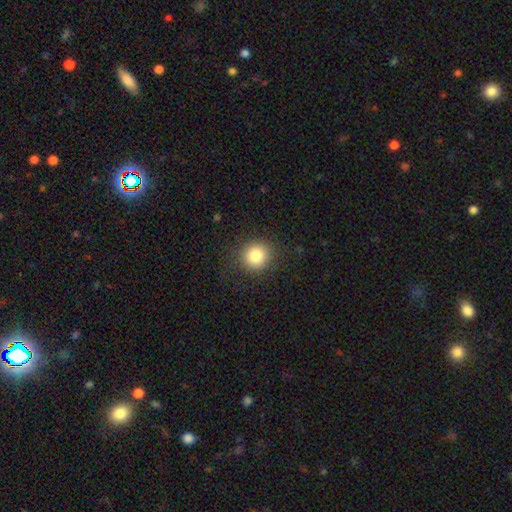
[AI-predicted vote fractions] Smooth or featured? smooth (82%)
How rounded? round (89%)
Merging? none (87%)